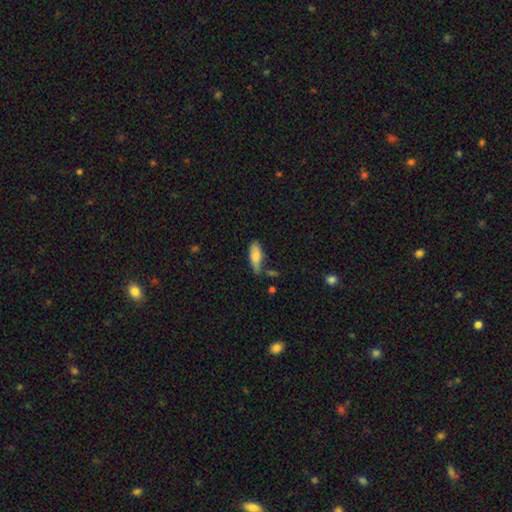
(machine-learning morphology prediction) smooth 78%, featured or disk 16%, star or artifact 7%. Down the decision tree: how rounded — in between (74%); merging — none (56%).